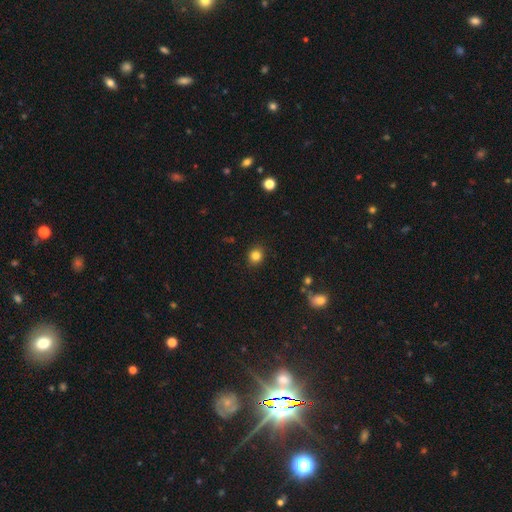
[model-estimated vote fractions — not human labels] A smooth galaxy with no disk features (83%) that is round (84%). Merging: none (89%).